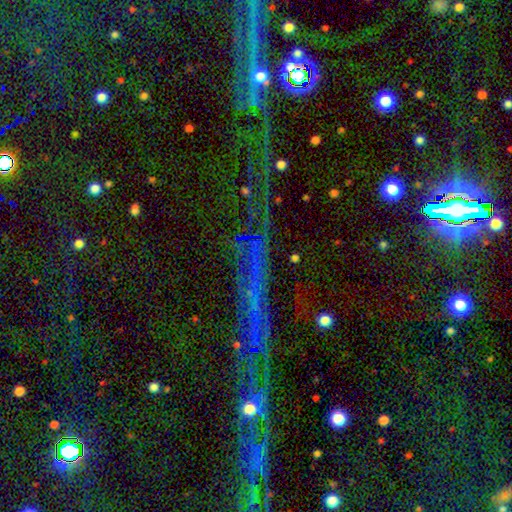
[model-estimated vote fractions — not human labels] A star or artifact, not a galaxy (70%).

Vote fractions:
- Smooth or featured? star or artifact: 70% / featured or disk: 17% / smooth: 13%